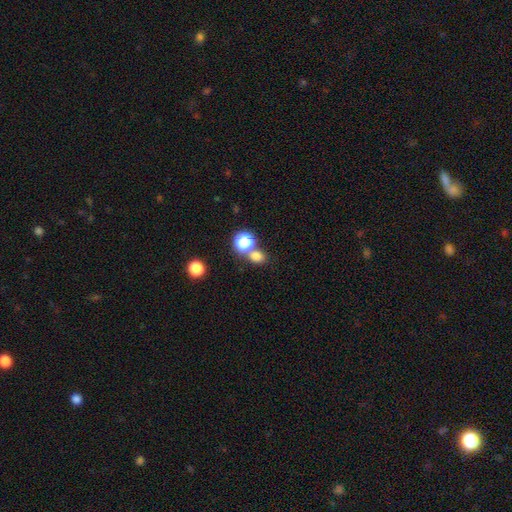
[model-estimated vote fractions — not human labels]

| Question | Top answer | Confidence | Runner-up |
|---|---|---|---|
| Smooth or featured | smooth | 74% | star or artifact (19%) |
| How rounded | round | 67% | in between (32%) |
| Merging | none | 60% | merger (29%) |